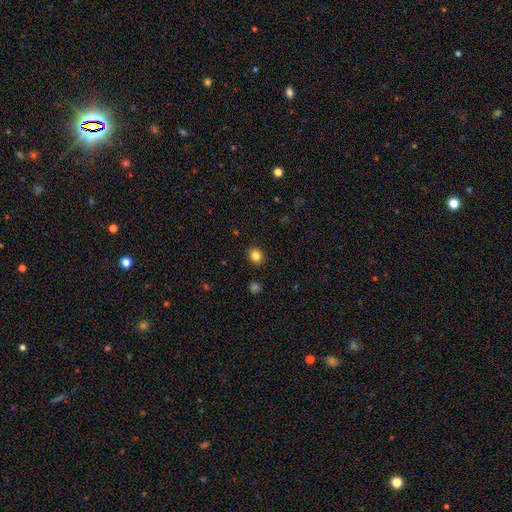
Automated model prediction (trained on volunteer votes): This is clearly a smooth galaxy (84%). How rounded: clearly round (82%). Merging: clearly none (91%).